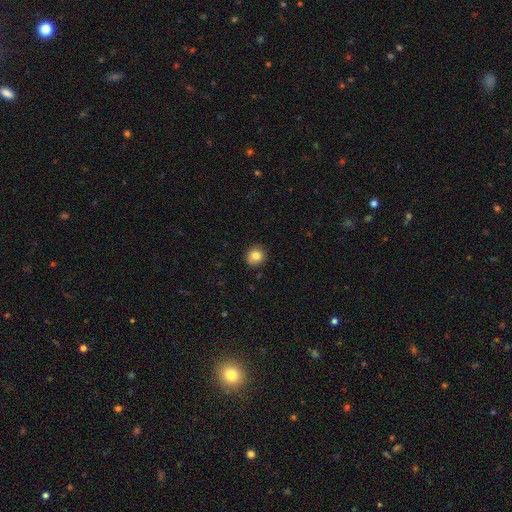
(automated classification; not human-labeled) This is clearly a smooth galaxy (83%). How rounded: clearly round (88%). Merging: clearly none (87%).